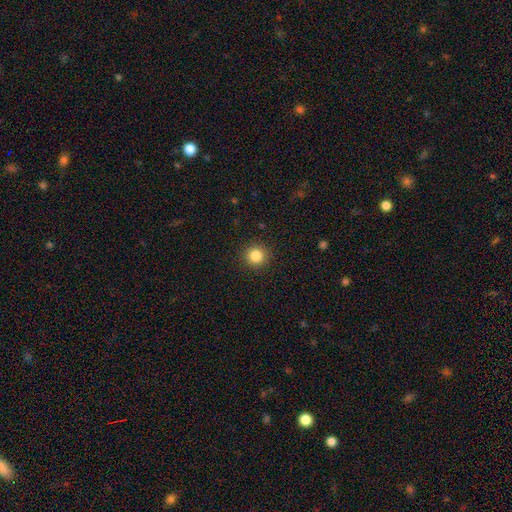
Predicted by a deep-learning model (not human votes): A smooth galaxy with no disk features (84%) that is round (94%). Merging: none (91%).